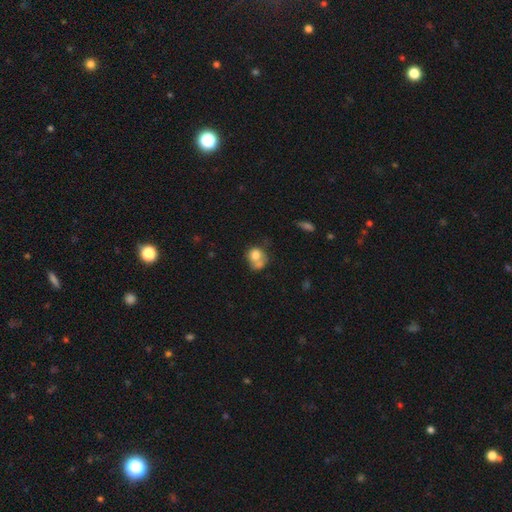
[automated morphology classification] Smooth or featured? Predicted: smooth (p=0.74). How rounded? Predicted: round (p=0.64). Merging? Predicted: merger (p=0.45).